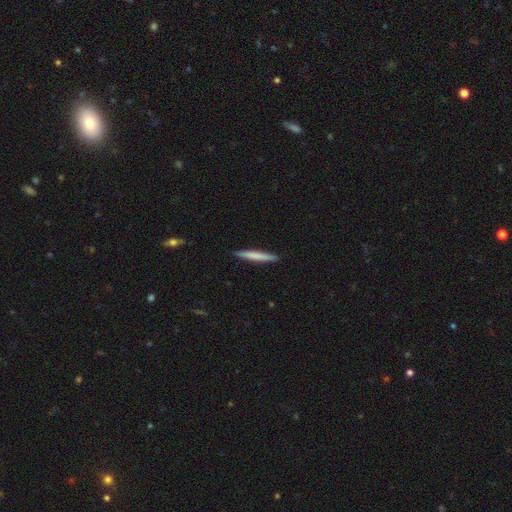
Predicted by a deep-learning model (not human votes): Smooth or featured? smooth (68%)
How rounded? cigar-shaped (96%)
Merging? none (92%)